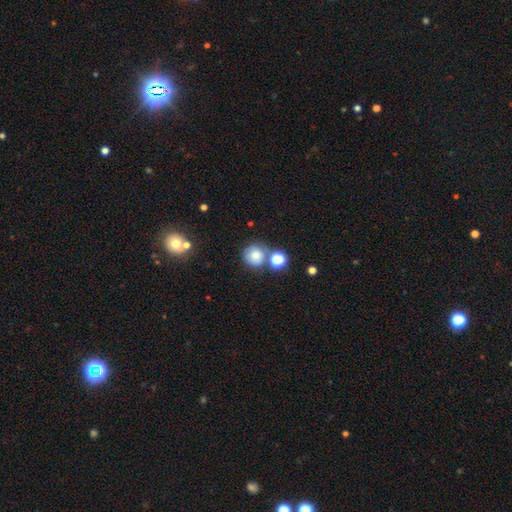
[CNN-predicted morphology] This appears to be a smooth galaxy with no disk features (77%) that is round (90%). Merging: none (65%).